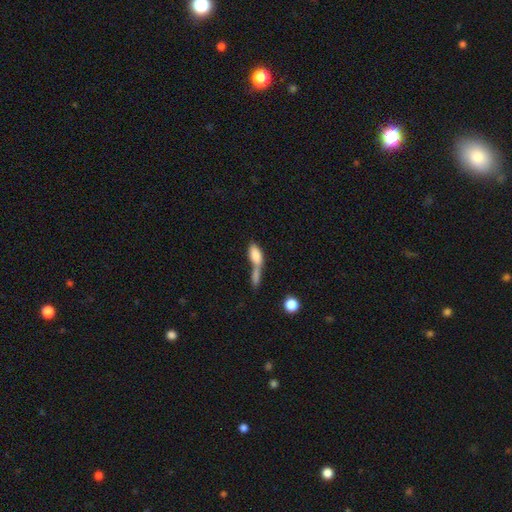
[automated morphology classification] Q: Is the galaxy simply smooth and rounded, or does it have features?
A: smooth — 77%.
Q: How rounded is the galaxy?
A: in between — 76%.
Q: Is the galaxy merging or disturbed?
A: merger — 66%.